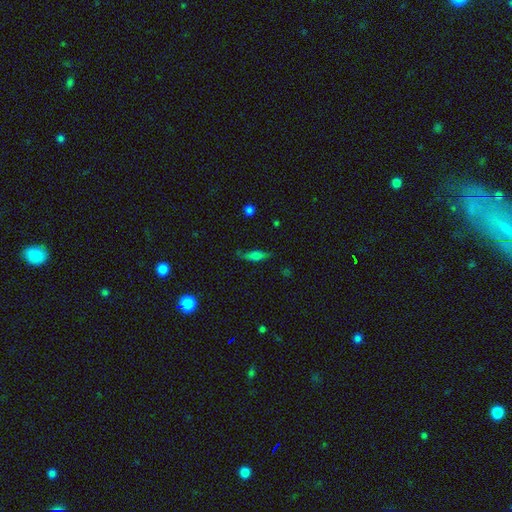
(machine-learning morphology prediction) A smooth galaxy with no disk features (60%) that is cigar-shaped (52%). Merging: none (72%).